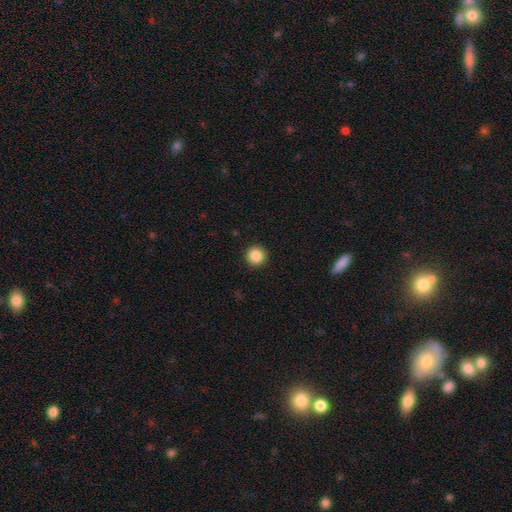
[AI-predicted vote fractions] Smooth or featured?
  - smooth: 87% *
  - star or artifact: 10%
  - featured or disk: 4%
How rounded?
  - round: 96% *
  - in between: 3%
  - cigar-shaped: 1%
Merging?
  - none: 93% *
  - minor disturbance: 5%
  - major disturbance: 2%
  - merger: 1%